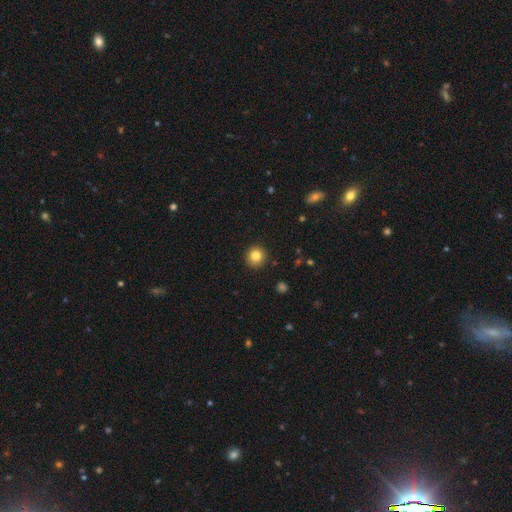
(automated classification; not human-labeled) This is clearly a smooth galaxy (82%). How rounded: clearly round (94%). Merging: clearly none (92%).